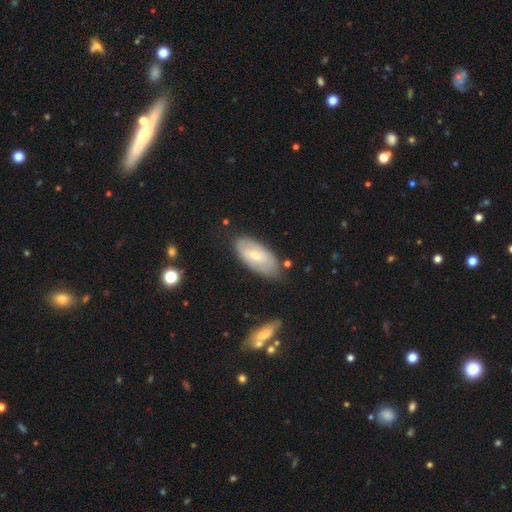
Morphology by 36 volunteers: Smooth or featured: smooth — 58% (featured or disk — 36%)
How rounded: in between — 81% (round — 10%)
Merging: none — 59% (minor disturbance — 38%)